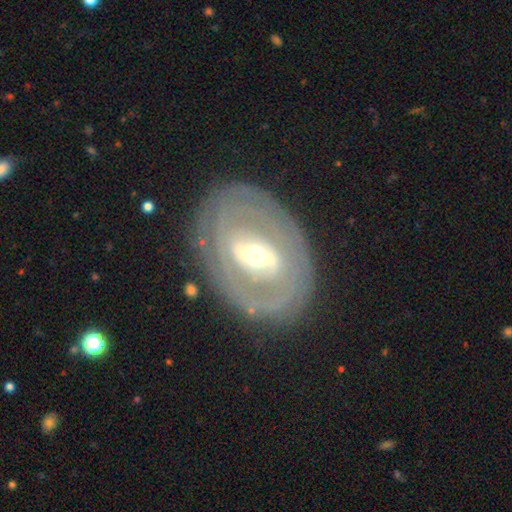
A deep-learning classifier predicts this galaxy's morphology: smooth-or-featured: featured or disk: 77% | smooth: 17% | star or artifact: 6%
  disk-edge-on: no: 93% | yes: 7%
    bar: weak: 41% | strong: 37% | no: 22%
    has-spiral-arms: yes: 58% | no: 42%
    bulge-size: moderate: 65% | small: 26% | large: 7% | dominant: 1% | none: 1%
  merging: none: 79% | minor disturbance: 14% | major disturbance: 6% | merger: 1%